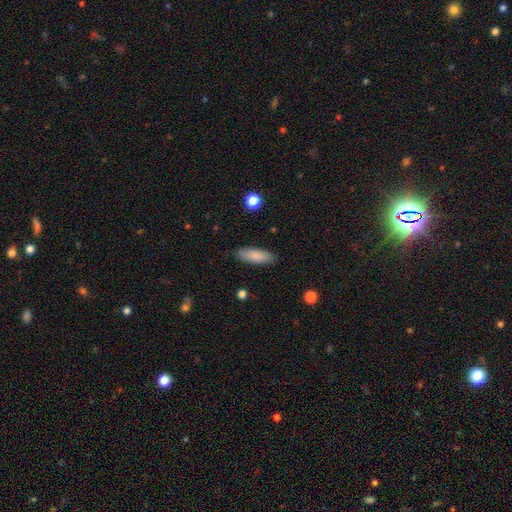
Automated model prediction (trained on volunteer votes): Morphology: type=smooth (85%); roundness=in between (61%); merging=none (87%).